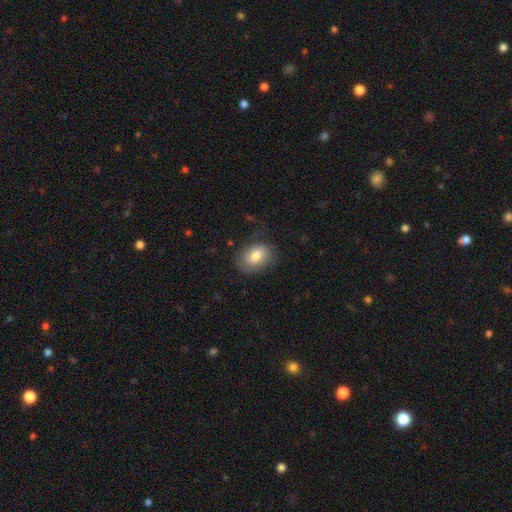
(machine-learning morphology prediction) This appears to be a smooth galaxy with no disk features (75%) that is in between round and cigar-shaped (78%). Merging: none (73%).